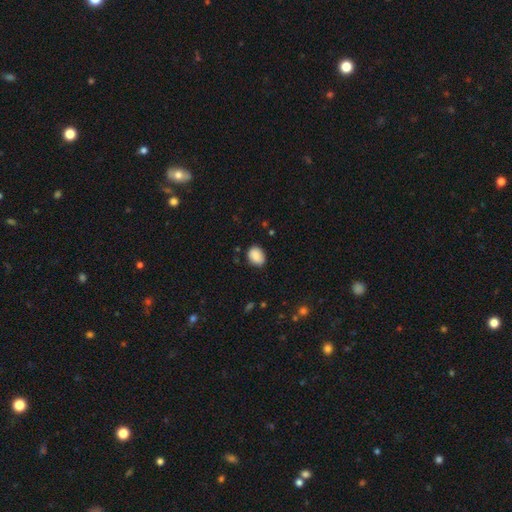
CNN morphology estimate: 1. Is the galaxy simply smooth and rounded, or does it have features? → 87% smooth, 8% star or artifact, 5% featured or disk.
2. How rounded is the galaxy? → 61% in between, 38% round, 1% cigar-shaped.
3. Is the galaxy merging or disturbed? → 78% none, 17% minor disturbance, 3% major disturbance, 1% merger.